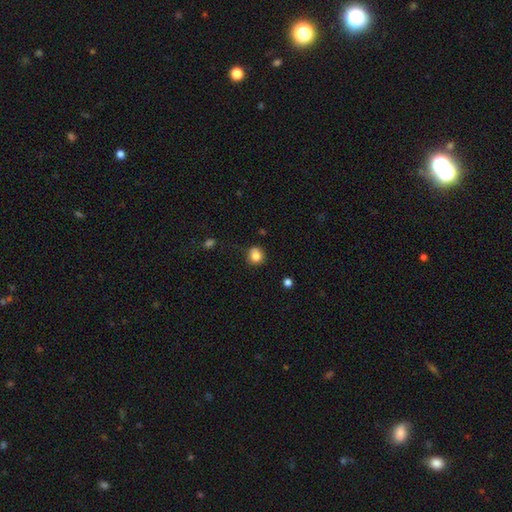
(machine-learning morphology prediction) Smooth or featured?
  - smooth: 83% *
  - star or artifact: 11%
  - featured or disk: 6%
How rounded?
  - round: 87% *
  - in between: 12%
  - cigar-shaped: 1%
Merging?
  - none: 78% *
  - minor disturbance: 16%
  - major disturbance: 3%
  - merger: 3%